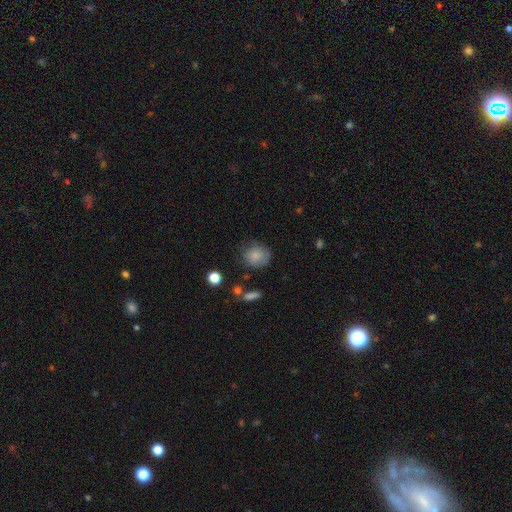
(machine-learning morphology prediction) This appears to be a smooth galaxy with no disk features (82%) that is round (77%). Merging: none (68%).